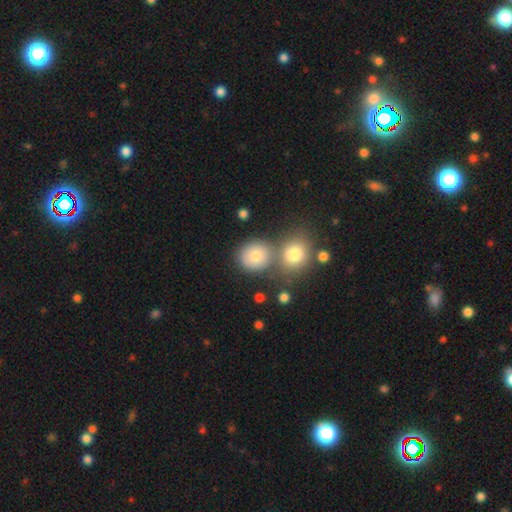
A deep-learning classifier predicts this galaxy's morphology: The model was most divided on "merging": none: 63%, merger: 23%, minor disturbance: 10%, major disturbance: 4%. More confident: how rounded — round (81%); smooth or featured — smooth (76%).